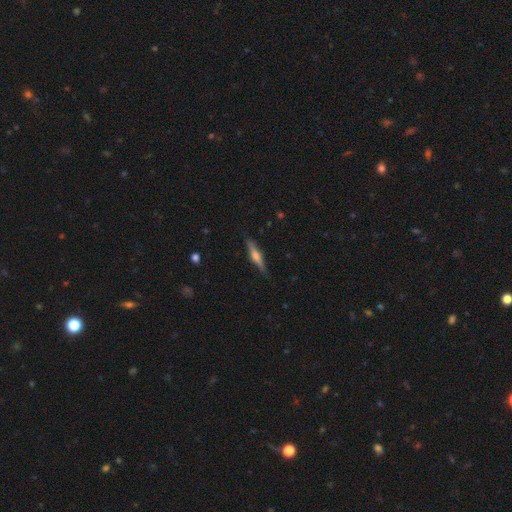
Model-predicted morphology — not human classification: A featured or disk galaxy (59%) viewed edge-on (97%) with a rounded central bulge (78%). Merging: none (86%).